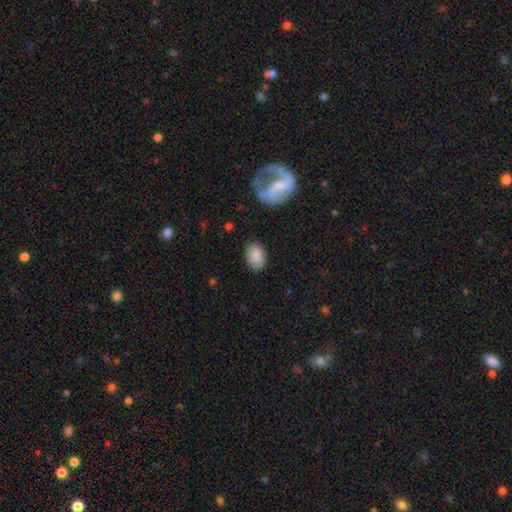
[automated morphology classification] This appears to be a smooth galaxy with no disk features (87%) that is in between round and cigar-shaped (87%). Merging: none (82%).